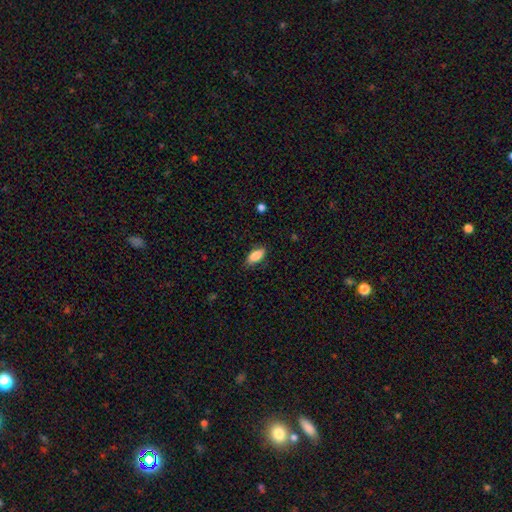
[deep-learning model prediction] A smooth galaxy with no disk features (84%) that is in between round and cigar-shaped (88%).

Vote fractions:
- Smooth or featured? smooth: 84% / featured or disk: 9% / star or artifact: 7%
- How rounded? in between: 88% / cigar-shaped: 9% / round: 3%
- Merging? none: 80% / minor disturbance: 16% / major disturbance: 3% / merger: 1%